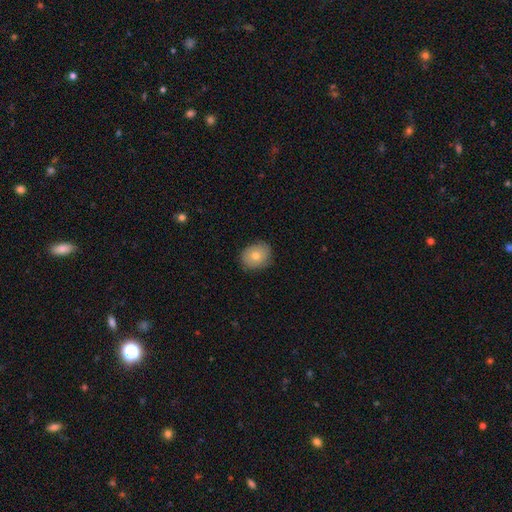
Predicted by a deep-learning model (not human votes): smooth_or_featured: smooth (p=0.73) [alt: featured or disk p=0.18]
how_rounded: round (p=0.64) [alt: in between p=0.35]
merging: none (p=0.83) [alt: minor disturbance p=0.13]